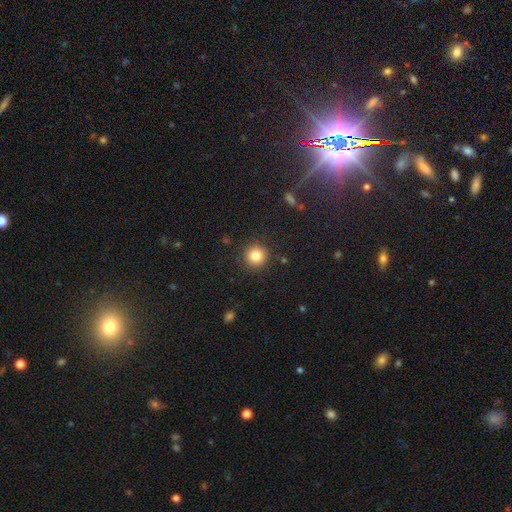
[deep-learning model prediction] Smooth or featured? Predicted: smooth (p=0.83). How rounded? Predicted: round (p=0.94). Merging? Predicted: none (p=0.90).